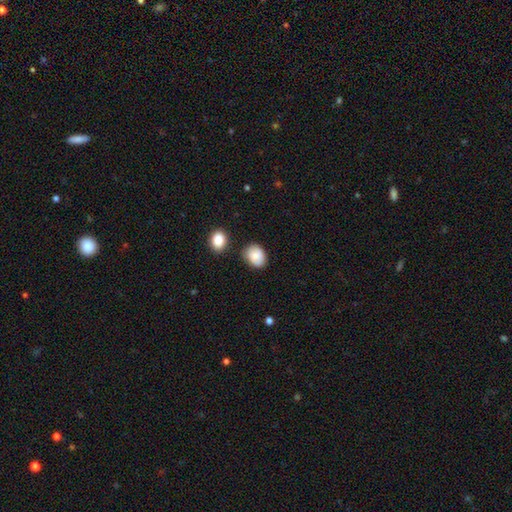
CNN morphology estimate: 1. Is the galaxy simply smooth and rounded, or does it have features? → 83% smooth, 9% featured or disk, 8% star or artifact.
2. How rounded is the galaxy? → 60% in between, 39% round, 1% cigar-shaped.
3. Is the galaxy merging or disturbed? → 74% none, 18% minor disturbance, 5% merger, 4% major disturbance.